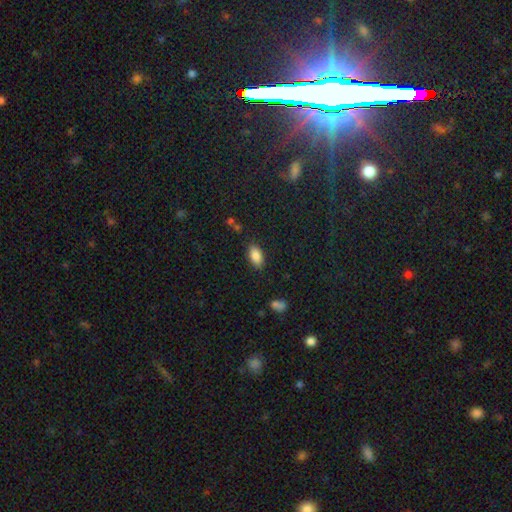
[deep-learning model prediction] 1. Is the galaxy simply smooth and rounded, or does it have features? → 86% smooth, 8% star or artifact, 6% featured or disk.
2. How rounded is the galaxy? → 92% in between, 5% cigar-shaped, 4% round.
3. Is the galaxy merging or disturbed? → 84% none, 12% minor disturbance, 3% major disturbance, 2% merger.